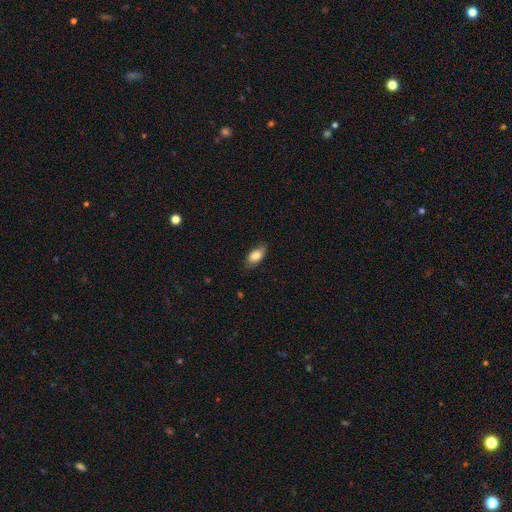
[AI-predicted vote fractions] smooth 85%, featured or disk 9%, star or artifact 7%. Down the decision tree: how rounded — in between (89%); merging — none (78%).